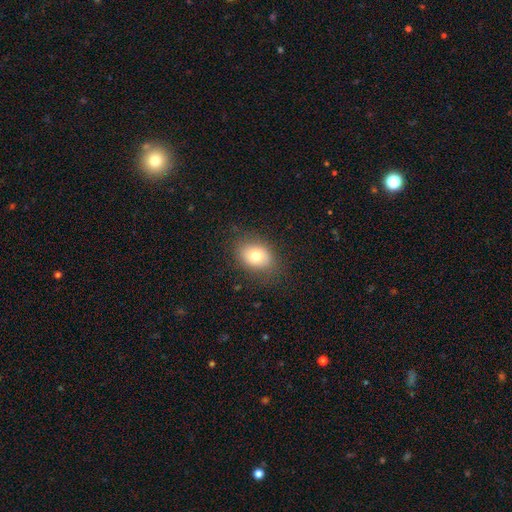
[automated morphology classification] Smooth or featured? Predicted: smooth (p=0.76). How rounded? Predicted: in between (p=0.71). Merging? Predicted: none (p=0.81).